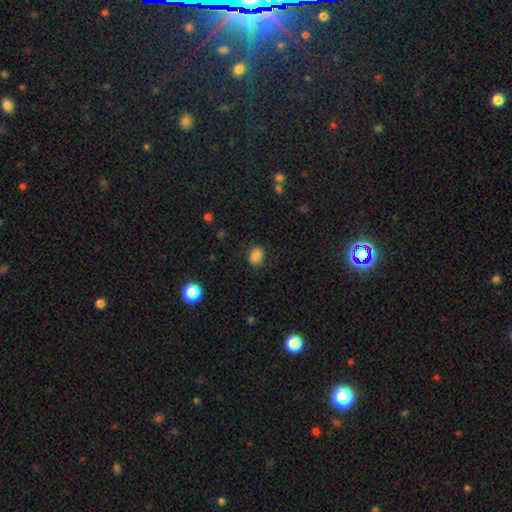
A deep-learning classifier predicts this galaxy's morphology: smooth 83%, star or artifact 11%, featured or disk 6%. Down the decision tree: how rounded — in between (63%); merging — none (82%).